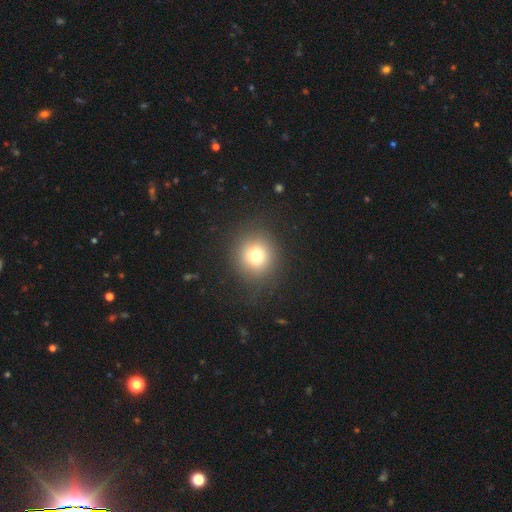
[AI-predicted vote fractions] Smooth or featured: smooth — 74% (star or artifact — 15%)
How rounded: round — 90% (in between — 9%)
Merging: none — 85% (minor disturbance — 9%)